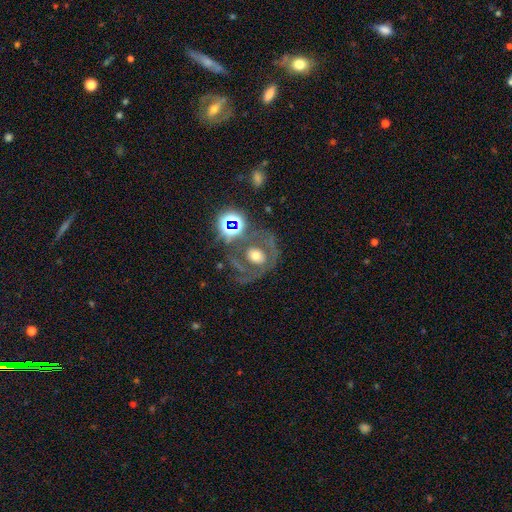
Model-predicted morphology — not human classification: smooth_or_featured: featured or disk (p=0.52) [alt: smooth p=0.28]
disk_edge_on: no (p=0.95) [alt: yes p=0.05]
merging: none (p=0.56) [alt: major disturbance p=0.20]